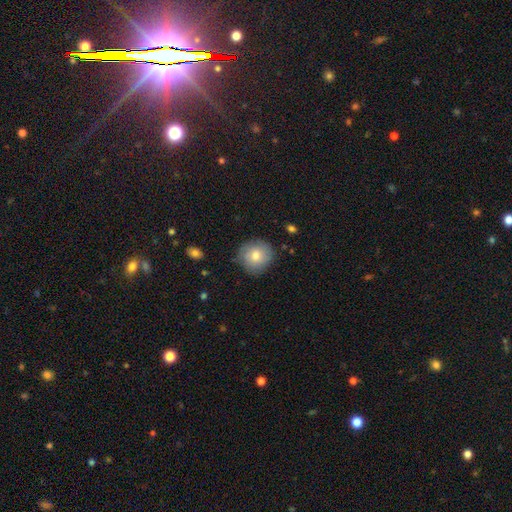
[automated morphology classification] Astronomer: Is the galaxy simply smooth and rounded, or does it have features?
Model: smooth — 76%.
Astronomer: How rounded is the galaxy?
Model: round — 89%.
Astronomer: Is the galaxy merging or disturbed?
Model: none — 81%.